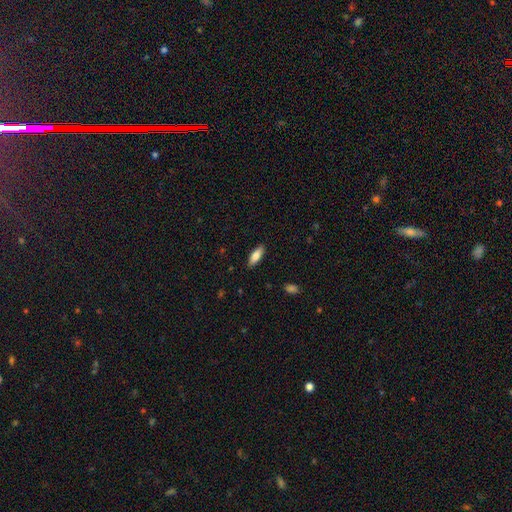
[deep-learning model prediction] Smooth or featured? smooth (80%)
How rounded? in between (66%)
Merging? none (89%)